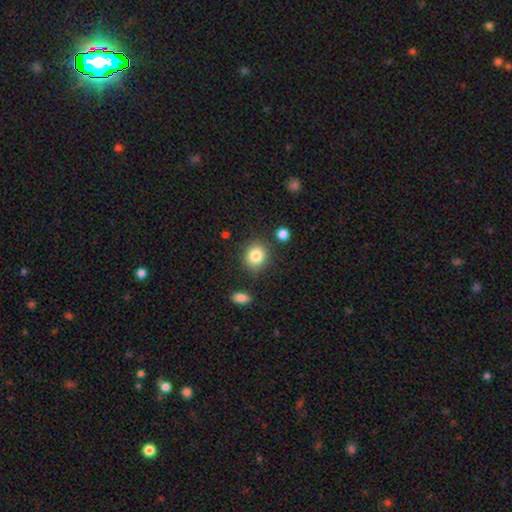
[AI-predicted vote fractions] Overall: smooth (83%). How rounded: round (71%). Merging: none (83%).